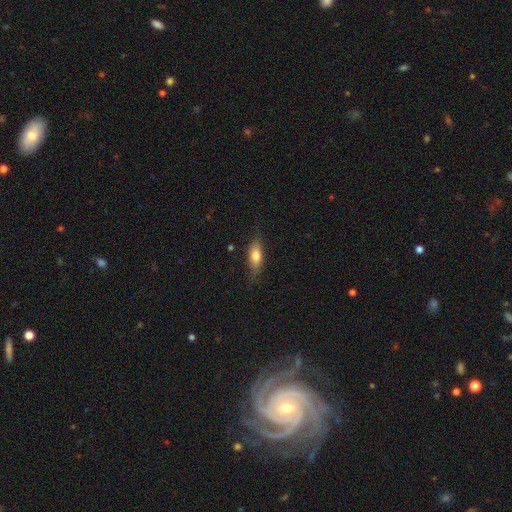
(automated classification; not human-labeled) Smooth or featured? smooth (72%)
How rounded? in between (68%)
Merging? none (76%)